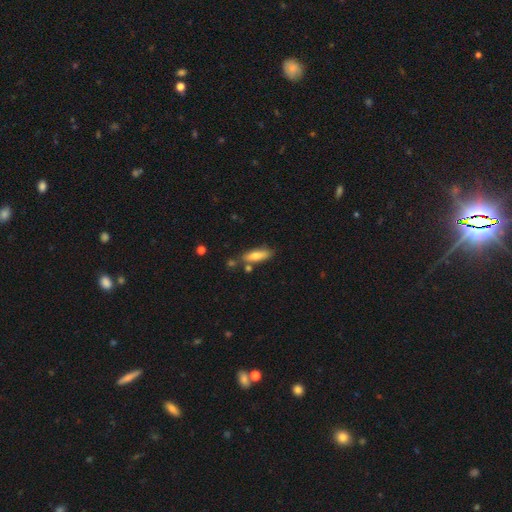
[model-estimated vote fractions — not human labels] The model was most divided on "how rounded": cigar-shaped: 52%, in between: 46%, round: 2%. More confident: smooth or featured — smooth (73%); merging — none (70%).